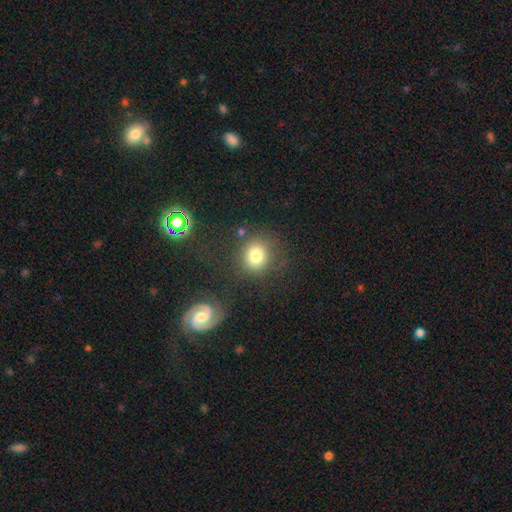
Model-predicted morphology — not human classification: The model was most divided on "smooth or featured": smooth: 78%, star or artifact: 13%, featured or disk: 9%. More confident: how rounded — round (85%); merging — none (81%).